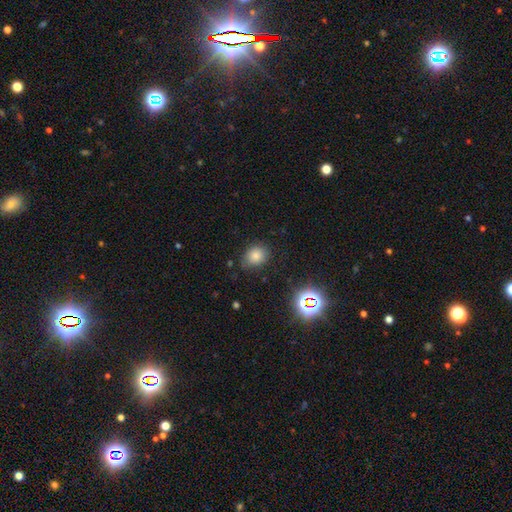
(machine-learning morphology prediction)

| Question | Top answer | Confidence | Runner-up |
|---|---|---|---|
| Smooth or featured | smooth | 78% | star or artifact (15%) |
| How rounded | round | 52% | in between (47%) |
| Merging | none | 73% | minor disturbance (20%) |